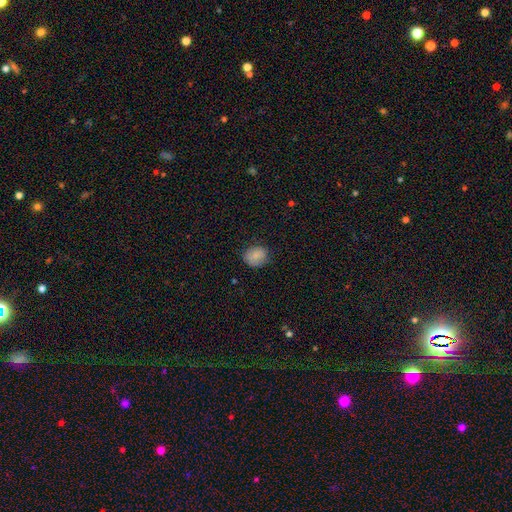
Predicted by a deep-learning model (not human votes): This appears to be a smooth galaxy with no disk features (82%) that is round (64%). Merging: none (76%).